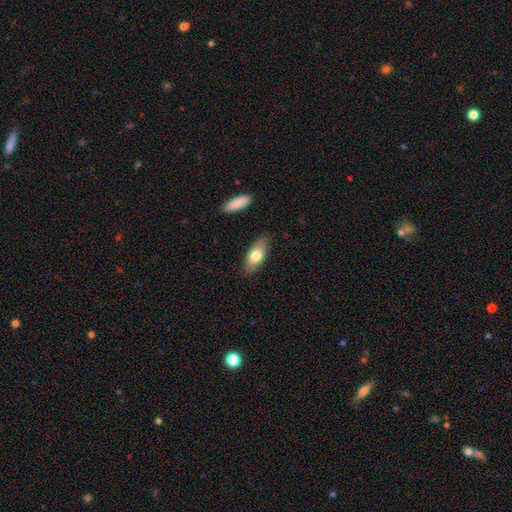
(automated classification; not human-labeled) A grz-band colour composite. It shows a smooth galaxy with no disk features (75%) that is in between round and cigar-shaped (83%). Merging: none (85%).